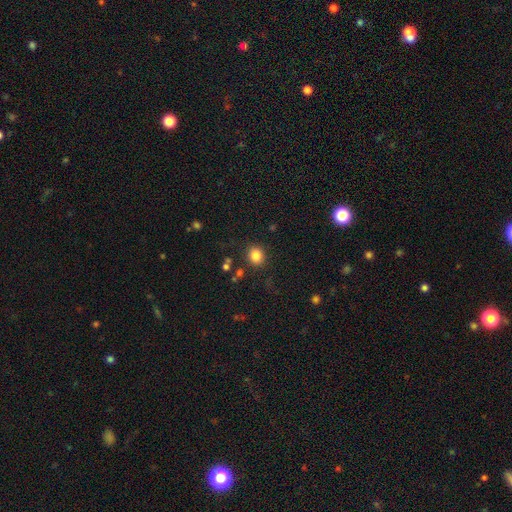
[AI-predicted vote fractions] Smooth or featured: smooth — 84% (star or artifact — 11%)
How rounded: round — 76% (in between — 23%)
Merging: none — 86% (minor disturbance — 8%)